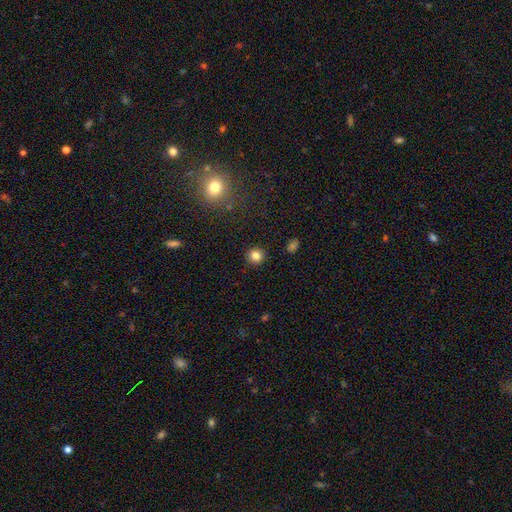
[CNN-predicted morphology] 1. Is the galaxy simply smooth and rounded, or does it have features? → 83% smooth, 12% star or artifact, 5% featured or disk.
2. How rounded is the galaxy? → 90% round, 9% in between, 1% cigar-shaped.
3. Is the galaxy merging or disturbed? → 91% none, 6% minor disturbance, 2% major disturbance, 1% merger.